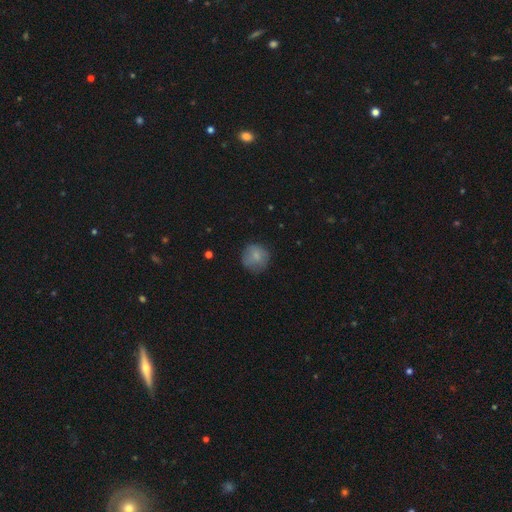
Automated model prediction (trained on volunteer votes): Smooth or featured? Predicted: smooth (p=0.78). How rounded? Predicted: round (p=0.91). Merging? Predicted: none (p=0.74).